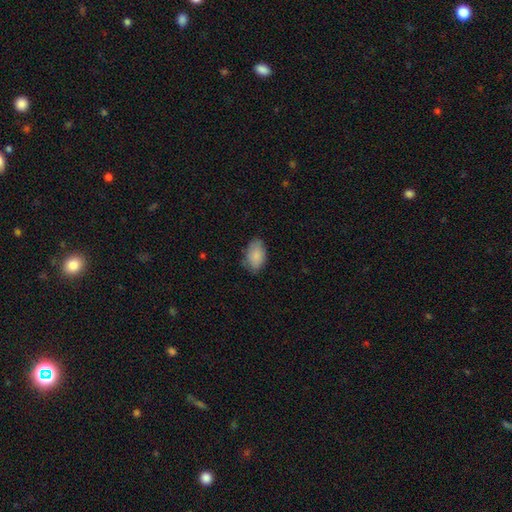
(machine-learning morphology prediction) Smooth or featured: smooth — 86% (featured or disk — 7%)
How rounded: in between — 90% (round — 9%)
Merging: none — 73% (minor disturbance — 21%)